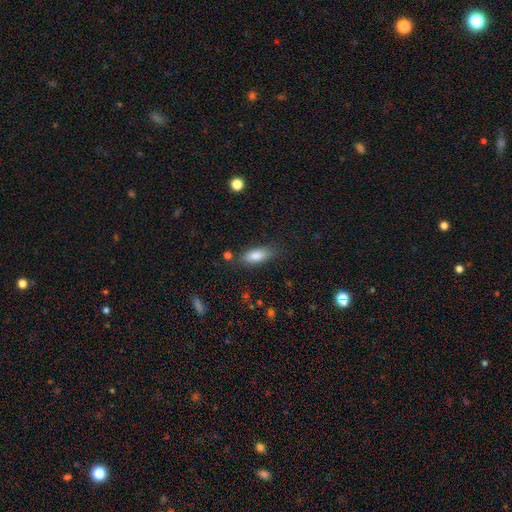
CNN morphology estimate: Smooth or featured? Predicted: smooth (p=0.83). How rounded? Predicted: in between (p=0.78). Merging? Predicted: none (p=0.76).